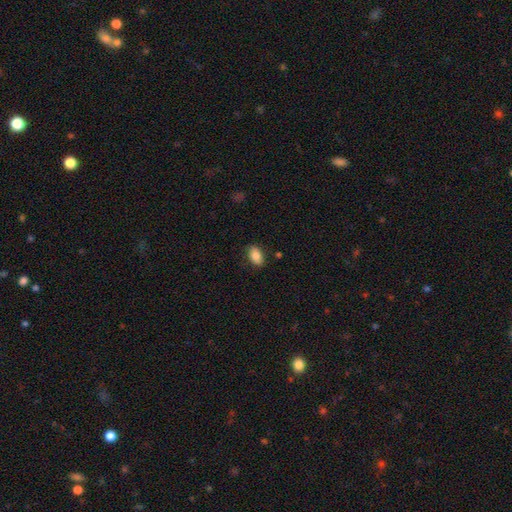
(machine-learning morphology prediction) Smooth or featured: smooth — 86% (star or artifact — 8%)
How rounded: in between — 90% (round — 8%)
Merging: none — 83% (minor disturbance — 13%)